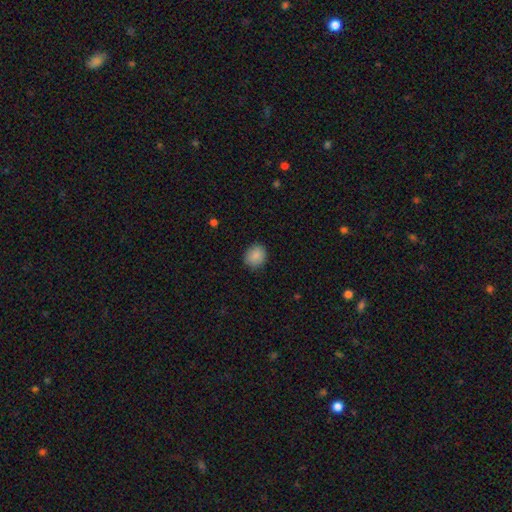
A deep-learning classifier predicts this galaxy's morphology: Smooth or featured?
  - smooth: 88% *
  - star or artifact: 8%
  - featured or disk: 4%
How rounded?
  - round: 77% *
  - in between: 22%
  - cigar-shaped: 1%
Merging?
  - none: 87% *
  - minor disturbance: 10%
  - major disturbance: 2%
  - merger: 1%